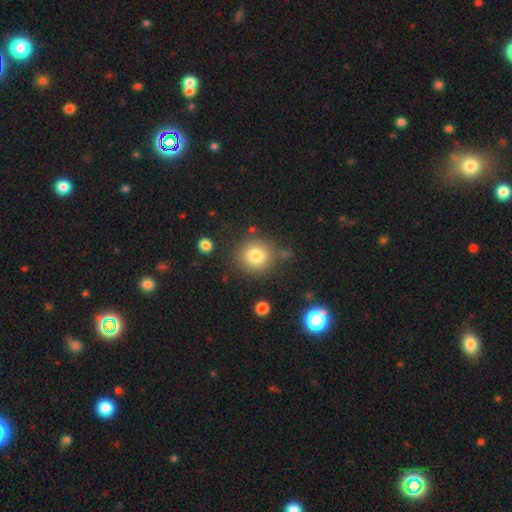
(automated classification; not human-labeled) smooth 81%, star or artifact 10%, featured or disk 8%. Down the decision tree: how rounded — round (93%); merging — none (81%).